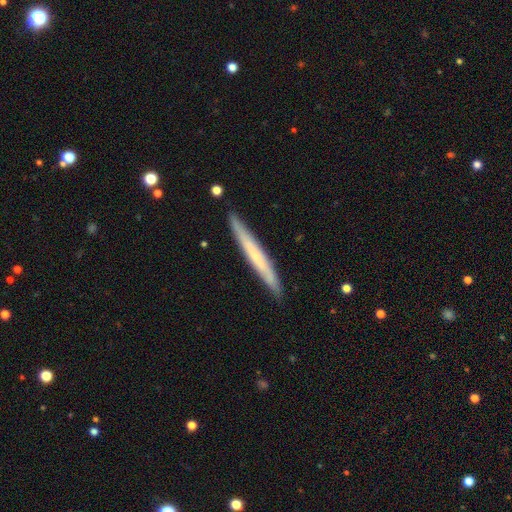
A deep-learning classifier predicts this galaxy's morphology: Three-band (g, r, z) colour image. It shows a smooth galaxy with no disk features (48%). Merging: none (90%).